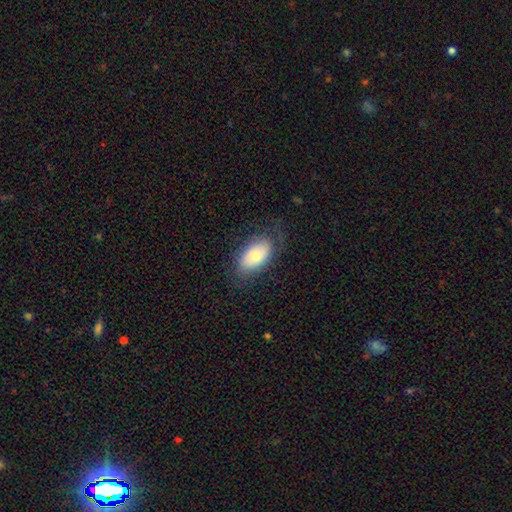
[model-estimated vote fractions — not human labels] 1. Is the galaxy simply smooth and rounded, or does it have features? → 73% smooth, 21% featured or disk, 7% star or artifact.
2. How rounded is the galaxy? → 93% in between, 5% round, 2% cigar-shaped.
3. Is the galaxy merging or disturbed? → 70% none, 20% minor disturbance, 10% major disturbance, 1% merger.